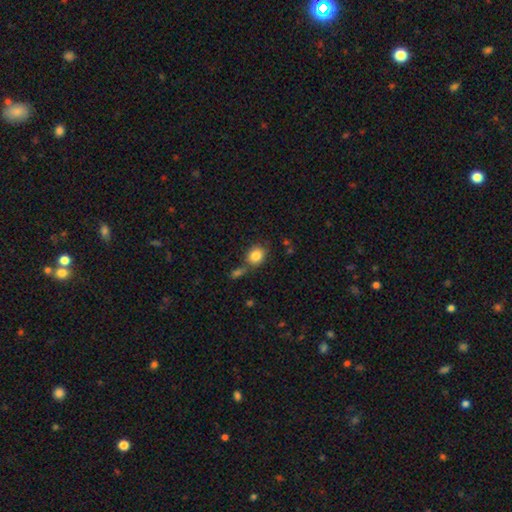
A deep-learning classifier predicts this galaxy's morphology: This appears to be a smooth galaxy with no disk features (85%) that is round (62%). Merging: none (64%).